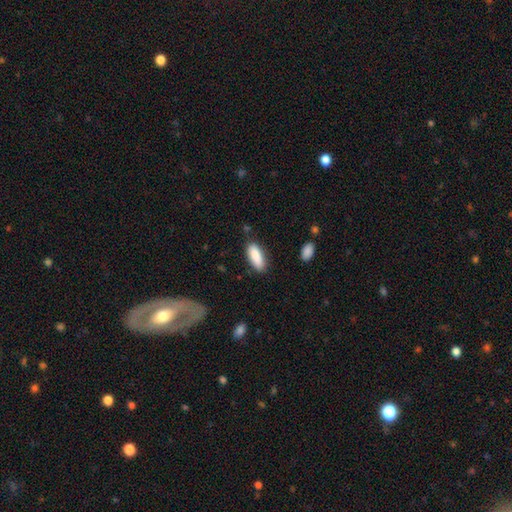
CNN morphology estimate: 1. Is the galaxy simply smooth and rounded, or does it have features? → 87% smooth, 7% featured or disk, 6% star or artifact.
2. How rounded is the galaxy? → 71% in between, 28% cigar-shaped, 2% round.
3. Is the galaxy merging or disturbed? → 82% none, 13% minor disturbance, 3% major disturbance, 2% merger.